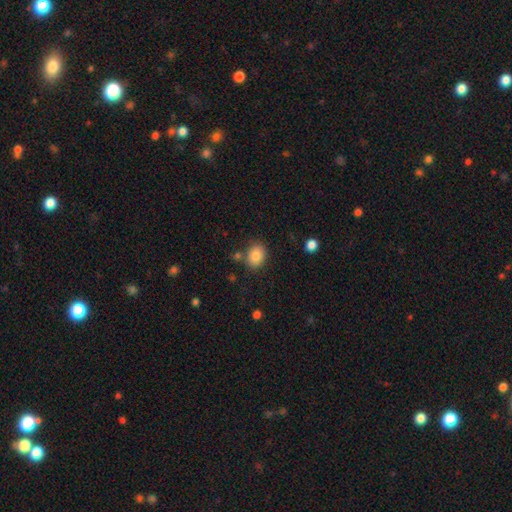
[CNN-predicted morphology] Smooth or featured: smooth — 83% (star or artifact — 9%)
How rounded: in between — 57% (round — 42%)
Merging: none — 80% (minor disturbance — 11%)